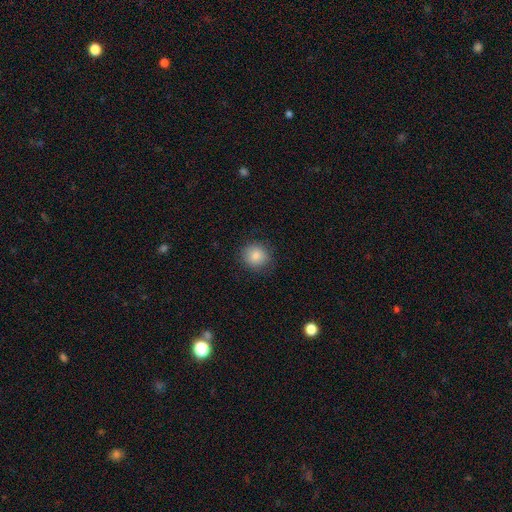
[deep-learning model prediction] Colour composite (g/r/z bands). It shows a smooth galaxy with no disk features (86%) that is round (88%). Merging: none (86%).